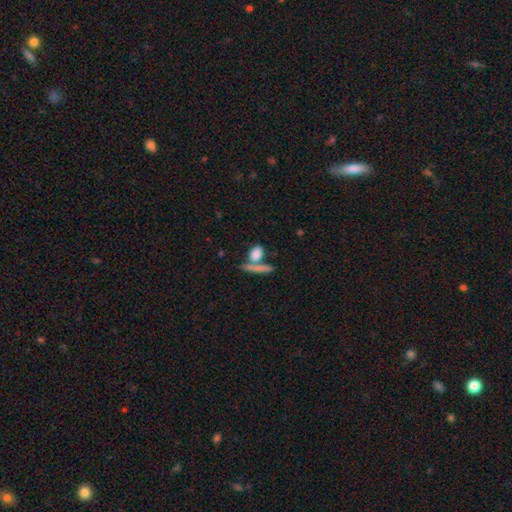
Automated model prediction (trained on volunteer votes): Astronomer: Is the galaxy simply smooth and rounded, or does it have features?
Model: smooth — 80%.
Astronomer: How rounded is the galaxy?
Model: in between — 58%.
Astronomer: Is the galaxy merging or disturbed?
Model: none — 50% (runner-up: merger, 34%).